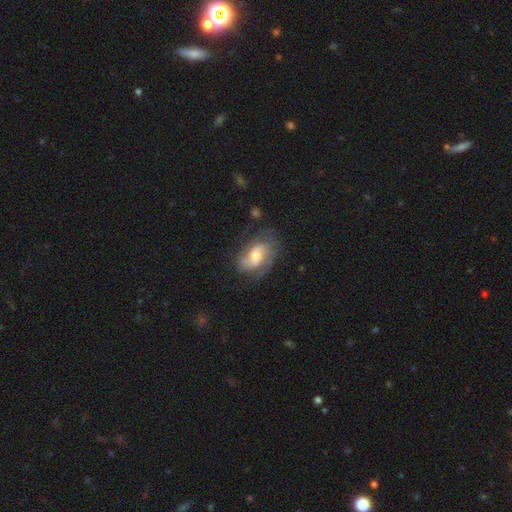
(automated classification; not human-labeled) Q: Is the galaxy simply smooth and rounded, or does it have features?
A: featured or disk — 66%.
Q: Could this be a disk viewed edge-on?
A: no — 96%.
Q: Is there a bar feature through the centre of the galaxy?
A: no — 47%.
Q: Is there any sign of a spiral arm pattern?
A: yes — 87%.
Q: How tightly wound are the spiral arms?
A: medium — 45%.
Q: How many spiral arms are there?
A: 2 — 59%.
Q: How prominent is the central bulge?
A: moderate — 58%.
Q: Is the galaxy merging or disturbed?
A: none — 61%.